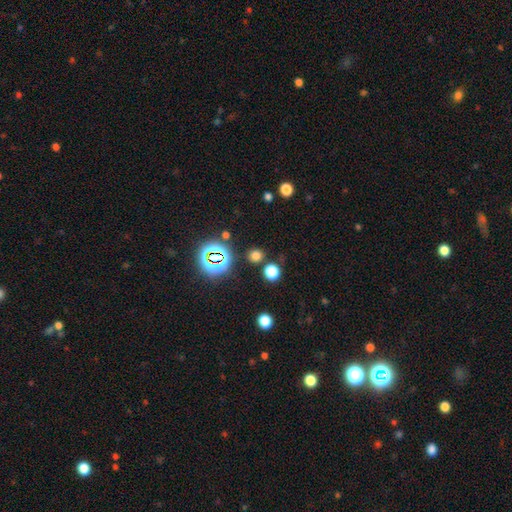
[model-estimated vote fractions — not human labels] This is likely a smooth galaxy (67%). How rounded: clearly round (87%). Merging: clearly none (83%).